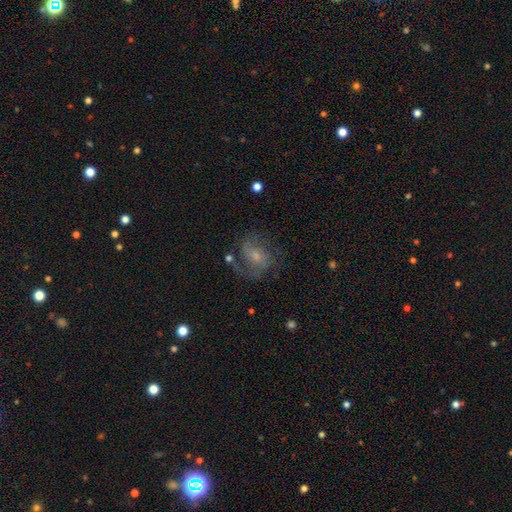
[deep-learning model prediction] smooth_or_featured: featured or disk (p=0.74) [alt: smooth p=0.17]
disk_edge_on: no (p=0.98) [alt: yes p=0.02]
bar: no (p=0.51) [alt: weak p=0.41]
has_spiral_arms: yes (p=0.90) [alt: no p=0.10]
spiral_winding: medium (p=0.52) [alt: loose p=0.27]
spiral_arm_count: 2 (p=0.65) [alt: can't tell p=0.14]
bulge_size: small (p=0.55) [alt: moderate p=0.33]
merging: none (p=0.62) [alt: minor disturbance p=0.18]